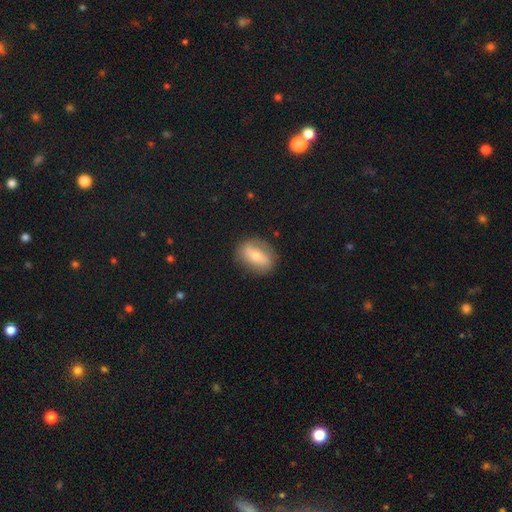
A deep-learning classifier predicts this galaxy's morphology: The model was most divided on "smooth or featured": smooth: 52%, featured or disk: 41%, star or artifact: 7%. More confident: merging — none (82%); how rounded — in between (73%).